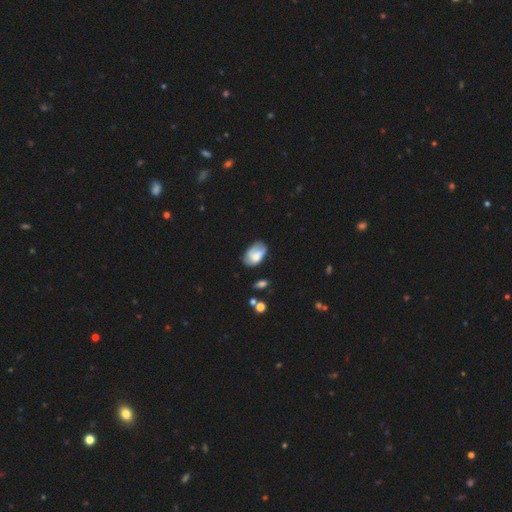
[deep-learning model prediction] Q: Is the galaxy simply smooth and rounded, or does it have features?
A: smooth — 60%.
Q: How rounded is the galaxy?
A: in between — 88%.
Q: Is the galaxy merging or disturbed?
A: none — 47%.